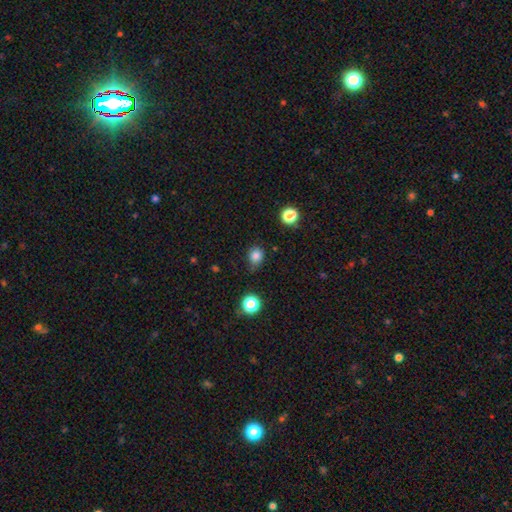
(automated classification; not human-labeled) Smooth or featured?
  - smooth: 82% *
  - star or artifact: 13%
  - featured or disk: 5%
How rounded?
  - round: 71% *
  - in between: 28%
  - cigar-shaped: 1%
Merging?
  - none: 66% *
  - minor disturbance: 26%
  - major disturbance: 5%
  - merger: 3%